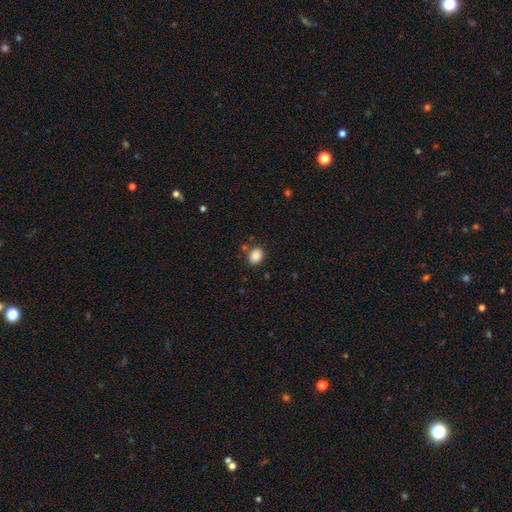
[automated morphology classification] Smooth or featured?
  - smooth: 87% *
  - star or artifact: 9%
  - featured or disk: 4%
How rounded?
  - in between: 61% *
  - round: 38%
  - cigar-shaped: 1%
Merging?
  - none: 78% *
  - minor disturbance: 13%
  - merger: 5%
  - major disturbance: 4%